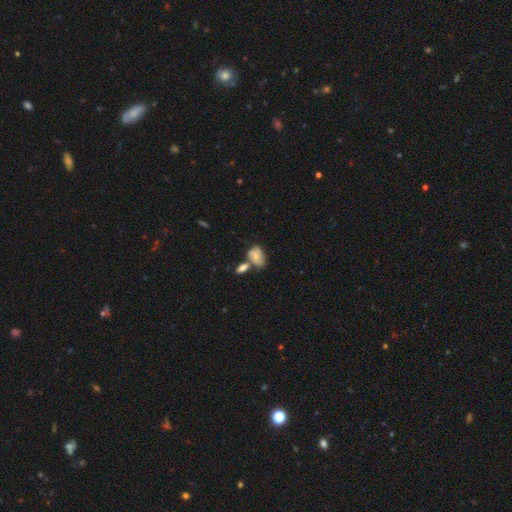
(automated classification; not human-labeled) smooth 65%, featured or disk 27%, star or artifact 8%. Down the decision tree: how rounded — in between (81%); merging — merger (37%).